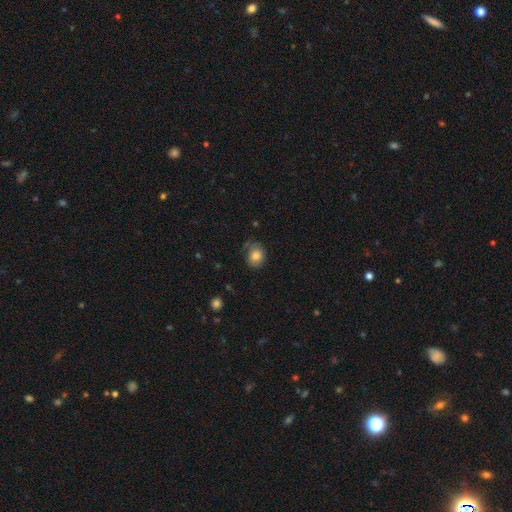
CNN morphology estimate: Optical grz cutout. It shows a smooth galaxy with no disk features (79%) that is round (66%). Merging: none (64%).